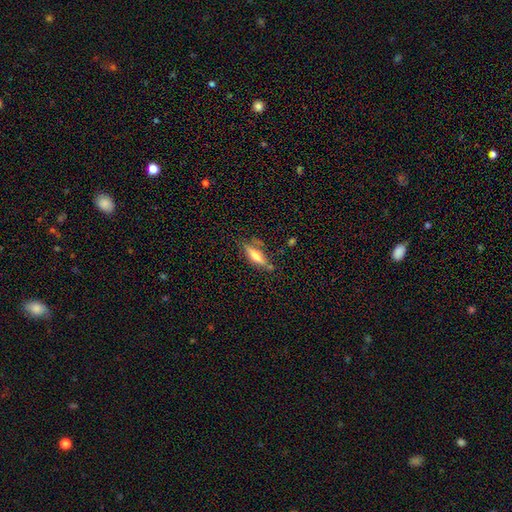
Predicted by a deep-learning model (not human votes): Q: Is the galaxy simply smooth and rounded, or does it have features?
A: smooth — 47%.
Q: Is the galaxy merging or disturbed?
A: none — 72%.